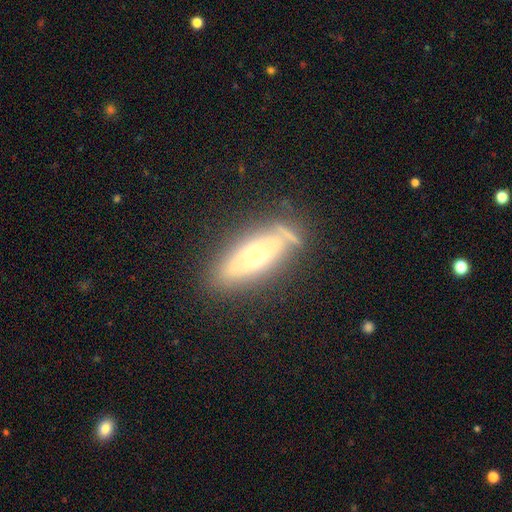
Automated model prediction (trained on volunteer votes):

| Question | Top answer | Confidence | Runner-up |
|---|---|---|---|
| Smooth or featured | featured or disk | 61% | smooth (32%) |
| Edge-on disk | no | 60% | yes (40%) |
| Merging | none | 68% | minor disturbance (20%) |